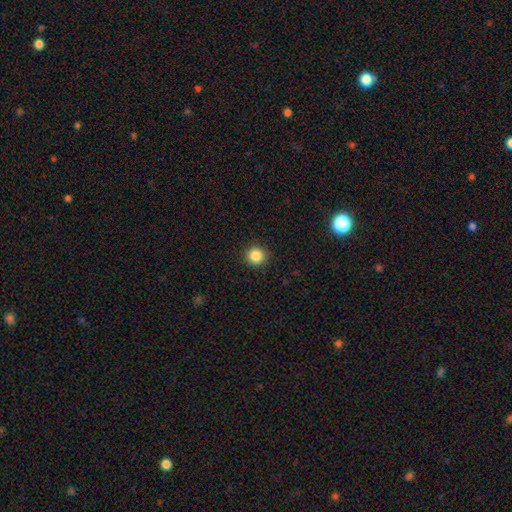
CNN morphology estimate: type=smooth (86%); roundness=round (93%); merging=none (91%).